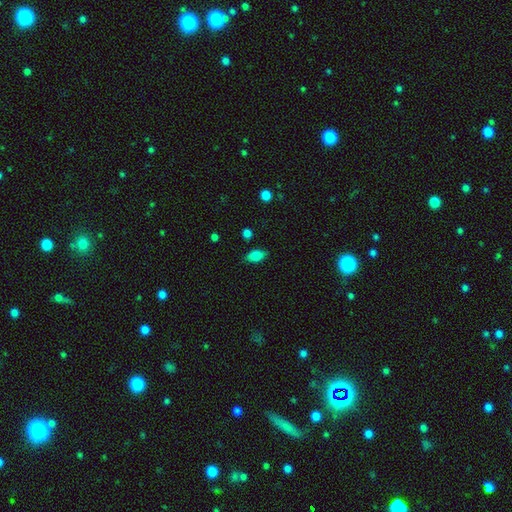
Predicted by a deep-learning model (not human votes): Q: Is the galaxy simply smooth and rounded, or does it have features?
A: smooth — 80%.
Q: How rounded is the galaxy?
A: in between — 88%.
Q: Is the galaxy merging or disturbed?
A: none — 82%.